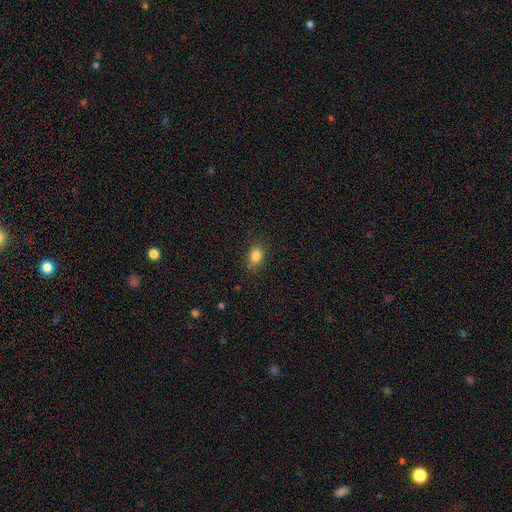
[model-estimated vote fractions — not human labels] A smooth galaxy with no disk features (83%) that is in between round and cigar-shaped (61%).

Vote fractions:
- Smooth or featured? smooth: 83% / star or artifact: 11% / featured or disk: 6%
- How rounded? in between: 61% / round: 37% / cigar-shaped: 2%
- Merging? none: 83% / minor disturbance: 13% / major disturbance: 3% / merger: 1%